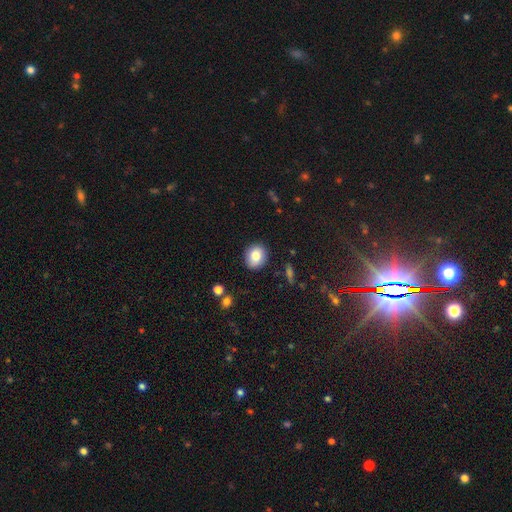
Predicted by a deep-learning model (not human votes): Q: Smooth or featured?
A: smooth (83%); runner-up: star or artifact (9%)
Q: How rounded?
A: round (60%); runner-up: in between (39%)
Q: Merging?
A: none (87%); runner-up: minor disturbance (10%)